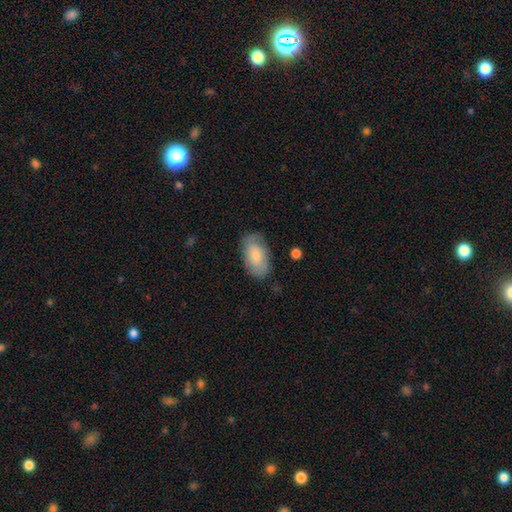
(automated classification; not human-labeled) The model was most divided on "smooth or featured": smooth: 73%, featured or disk: 21%, star or artifact: 6%. More confident: how rounded — in between (94%); merging — none (76%).